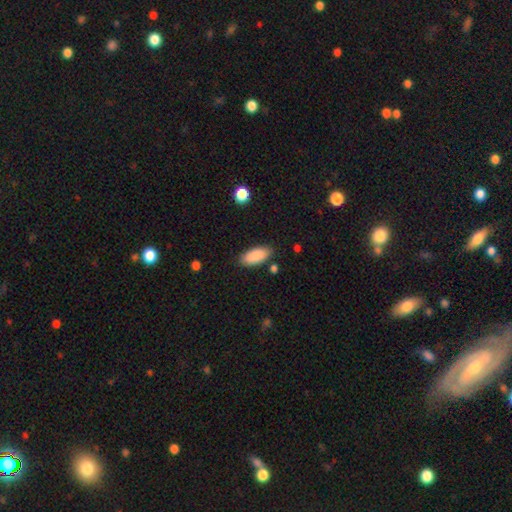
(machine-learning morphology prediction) Smooth or featured: smooth — 89% (star or artifact — 6%)
How rounded: in between — 88% (cigar-shaped — 10%)
Merging: none — 84% (minor disturbance — 11%)